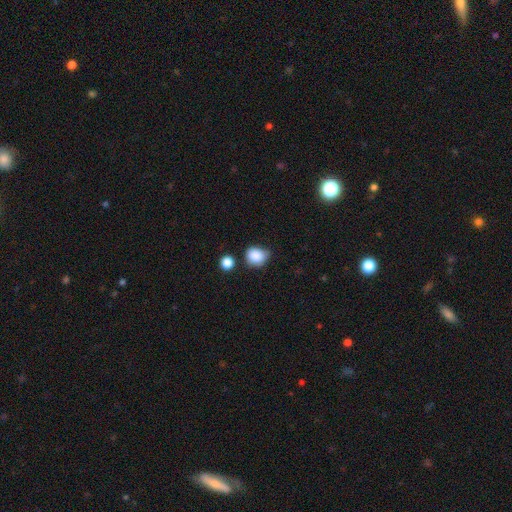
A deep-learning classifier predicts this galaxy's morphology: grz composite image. It shows a smooth galaxy with no disk features (86%) that is round (68%). Merging: none (57%).